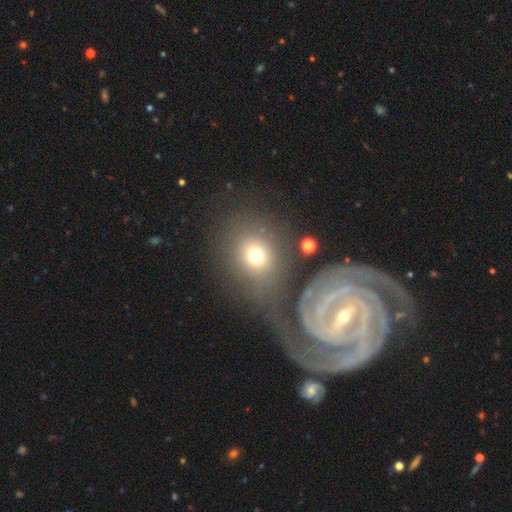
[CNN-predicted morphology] Overall: smooth (69%). How rounded: round (71%). Merging: none (53%; merger 18%).